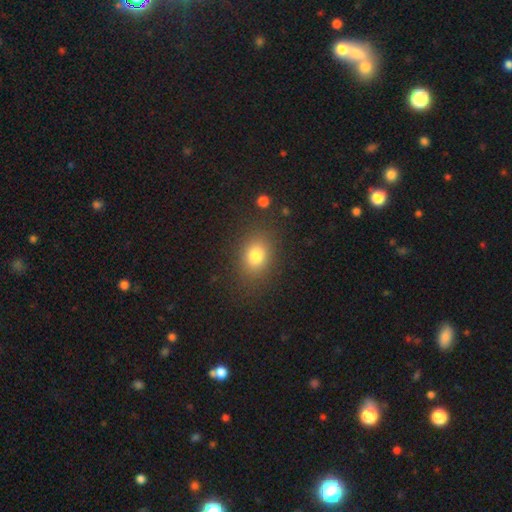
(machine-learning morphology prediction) Smooth or featured? Predicted: smooth (p=0.79). How rounded? Predicted: in between (p=0.58). Merging? Predicted: none (p=0.83).